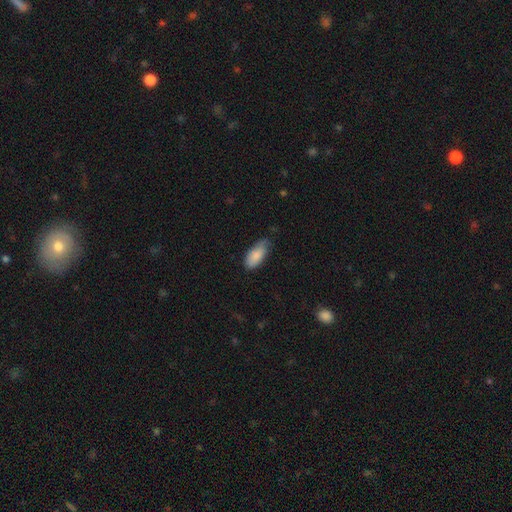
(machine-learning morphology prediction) Q: Smooth or featured?
A: smooth (86%); runner-up: featured or disk (7%)
Q: How rounded?
A: in between (89%); runner-up: cigar-shaped (9%)
Q: Merging?
A: none (57%); runner-up: minor disturbance (36%)